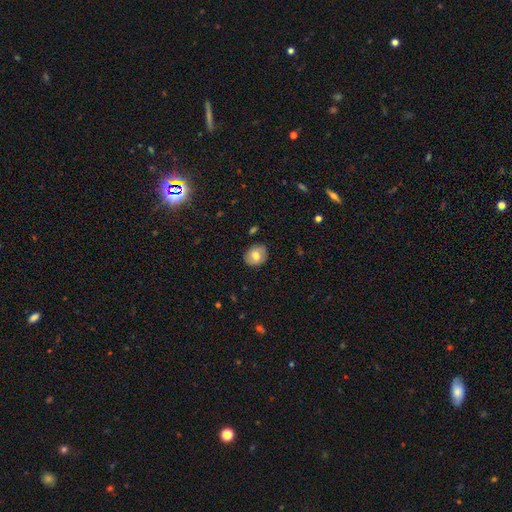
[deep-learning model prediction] Morphology: type=smooth (70%); roundness=round (61%); merging=none (86%).